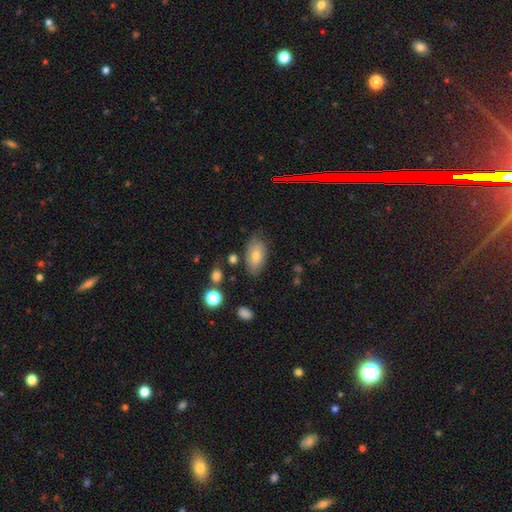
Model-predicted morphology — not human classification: Q: Smooth or featured?
A: smooth (69%); runner-up: featured or disk (20%)
Q: How rounded?
A: in between (91%); runner-up: round (5%)
Q: Merging?
A: none (75%); runner-up: minor disturbance (18%)